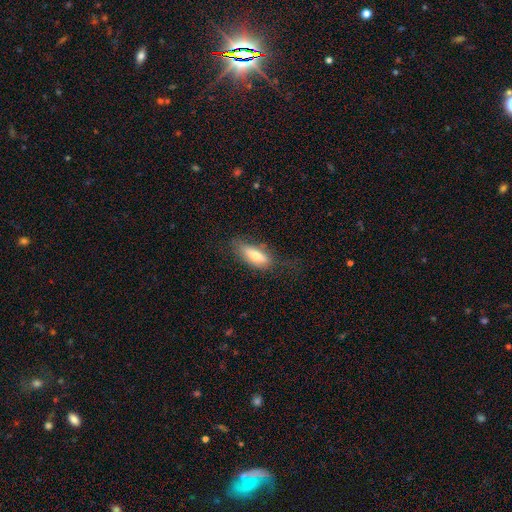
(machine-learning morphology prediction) Overall: smooth (67%). How rounded: in between (68%; cigar-shaped 29%). Merging: none (64%; minor disturbance 24%).